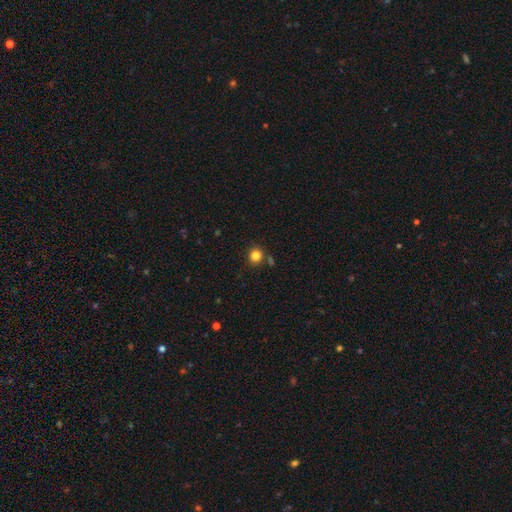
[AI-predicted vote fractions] smooth-or-featured: smooth: 83% | star or artifact: 12% | featured or disk: 4%
  how-rounded: round: 89% | in between: 10% | cigar-shaped: 1%
  merging: none: 84% | minor disturbance: 8% | merger: 6% | major disturbance: 2%